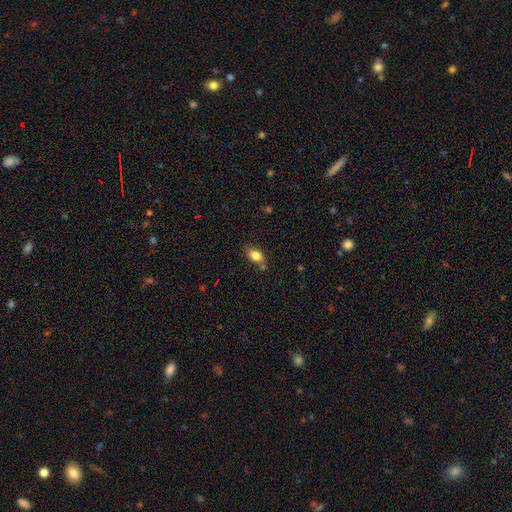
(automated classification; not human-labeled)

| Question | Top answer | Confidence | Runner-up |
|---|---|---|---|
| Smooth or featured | smooth | 83% | star or artifact (9%) |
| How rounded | in between | 87% | round (10%) |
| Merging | none | 72% | minor disturbance (15%) |